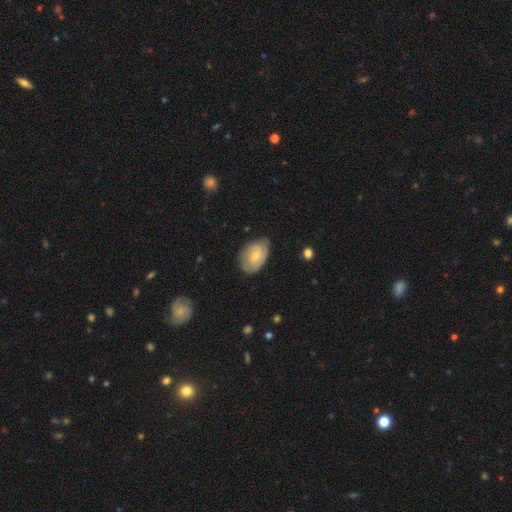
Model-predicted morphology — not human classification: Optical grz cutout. It shows a featured or disk galaxy (51%). Merging: none (68%).